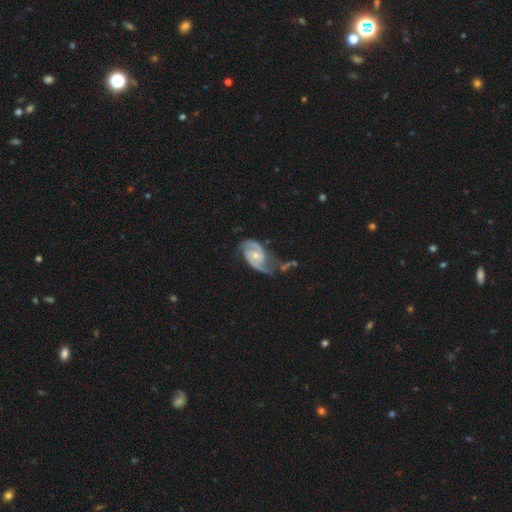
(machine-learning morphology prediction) Smooth or featured? Predicted: featured or disk (p=0.89). Edge-on disk? Predicted: no (p=0.98). Bar? Predicted: no (p=0.56). Spiral arms? Predicted: yes (p=0.97). Spiral winding? Predicted: medium (p=0.51). Spiral arm count? Predicted: 2 (p=0.90). Bulge size? Predicted: small (p=0.48). Merging? Predicted: none (p=0.50).